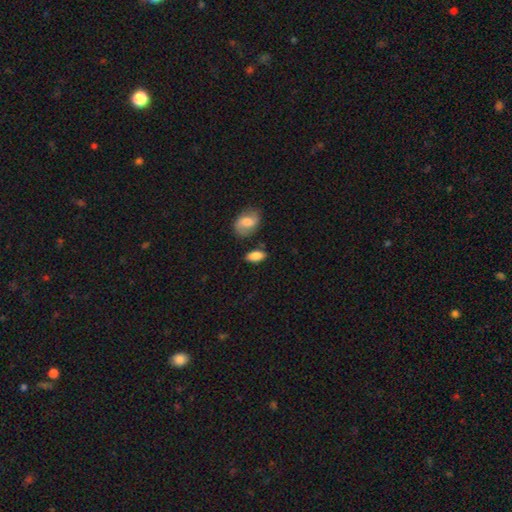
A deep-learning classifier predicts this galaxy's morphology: Smooth or featured: smooth — 83% (featured or disk — 10%)
How rounded: in between — 89% (round — 6%)
Merging: none — 74% (minor disturbance — 16%)